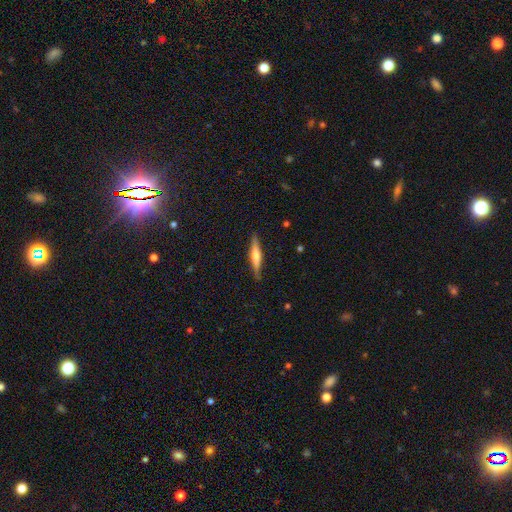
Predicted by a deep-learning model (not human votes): smooth_or_featured: featured or disk (p=0.58) [alt: smooth p=0.36]
disk_edge_on: yes (p=0.96) [alt: no p=0.04]
edge_on_bulge: rounded (p=0.66) [alt: boxy p=0.21]
merging: none (p=0.87) [alt: minor disturbance p=0.10]